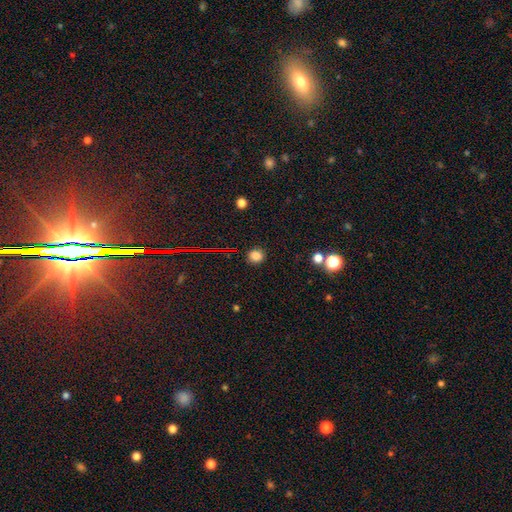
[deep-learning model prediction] Smooth or featured? smooth (79%)
How rounded? round (84%)
Merging? none (89%)